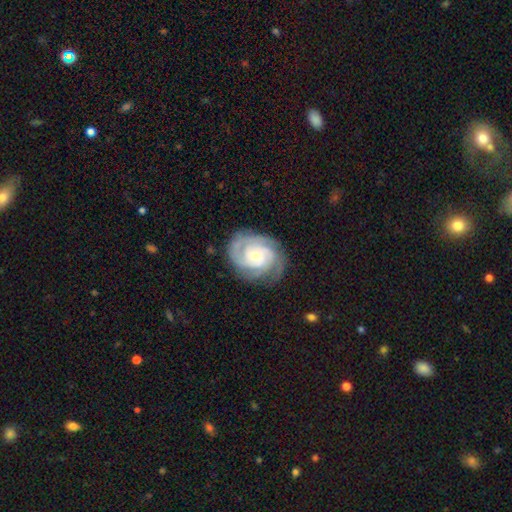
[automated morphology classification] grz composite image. It shows a featured or disk galaxy (90%) with no bar (65%), 3 (45%) tight (68%) spiral arms (98%) and a small central bulge (54%). Merging: none (77%).